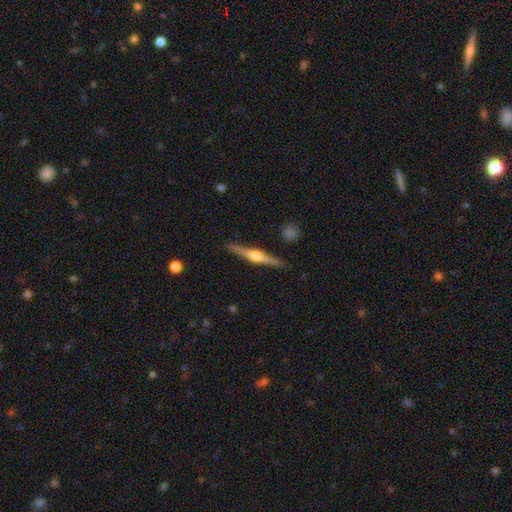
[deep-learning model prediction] Overall: featured or disk (80%). Edge-on disk: yes (98%). Edge-on bulge: rounded (92%). Merging: none (90%).